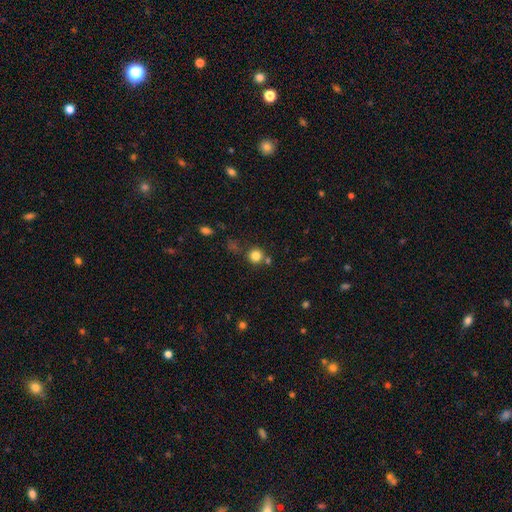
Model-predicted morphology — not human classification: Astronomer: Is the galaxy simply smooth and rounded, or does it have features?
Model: smooth — 81%.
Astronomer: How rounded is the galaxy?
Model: round — 92%.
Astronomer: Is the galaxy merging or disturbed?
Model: none — 72%.